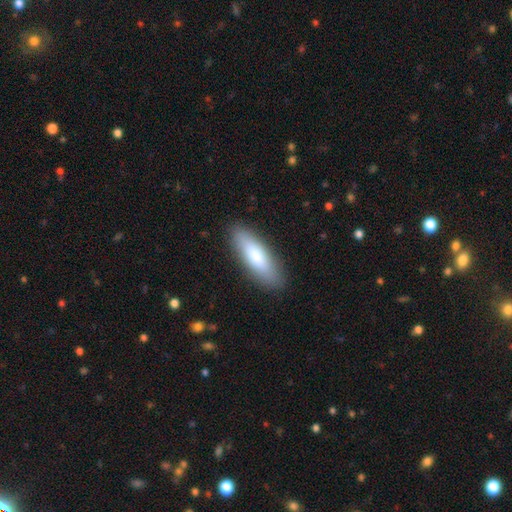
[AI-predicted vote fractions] This appears to be a smooth galaxy with no disk features (76%) that is in between round and cigar-shaped (51%). Merging: none (88%).